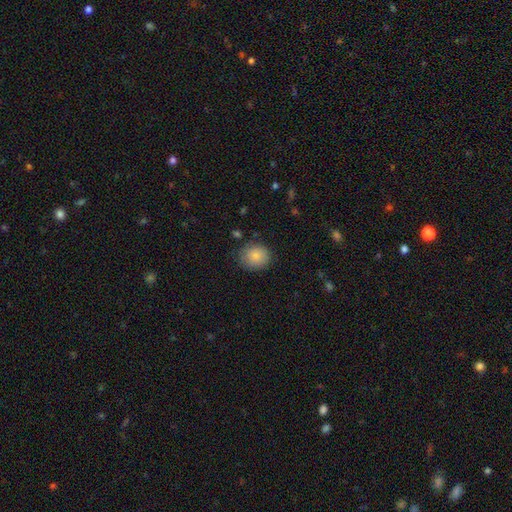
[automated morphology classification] smooth-or-featured: smooth: 85% | star or artifact: 8% | featured or disk: 7%
  how-rounded: round: 75% | in between: 24% | cigar-shaped: 1%
  merging: none: 79% | minor disturbance: 16% | major disturbance: 4% | merger: 2%